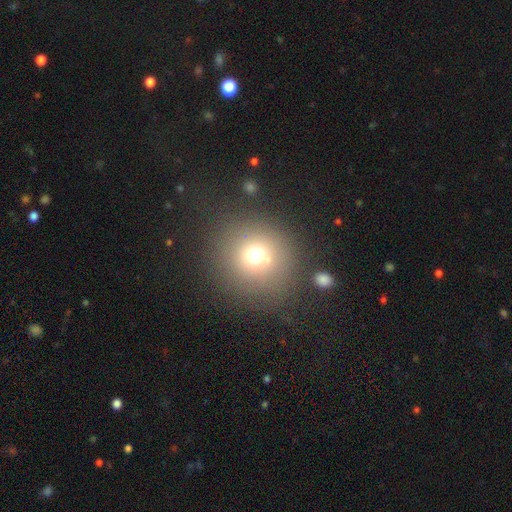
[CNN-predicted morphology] A smooth galaxy with no disk features (70%) that is round (91%).

Vote fractions:
- Smooth or featured? smooth: 70% / star or artifact: 18% / featured or disk: 12%
- How rounded? round: 91% / in between: 8% / cigar-shaped: 1%
- Merging? none: 77% / minor disturbance: 10% / merger: 7% / major disturbance: 7%